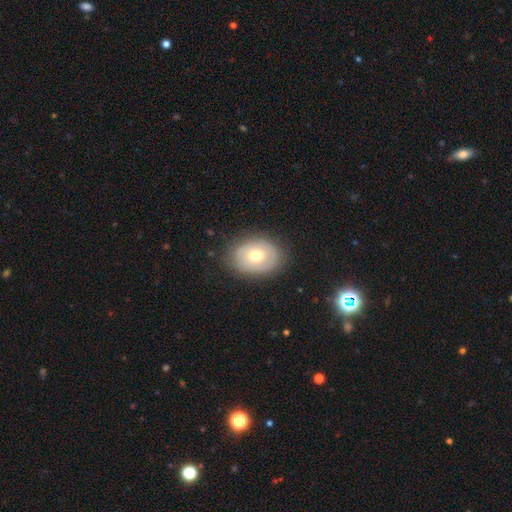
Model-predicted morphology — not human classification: smooth_or_featured: smooth (p=0.53) [alt: featured or disk p=0.40]
how_rounded: in between (p=0.61) [alt: round p=0.38]
merging: none (p=0.80) [alt: minor disturbance p=0.14]